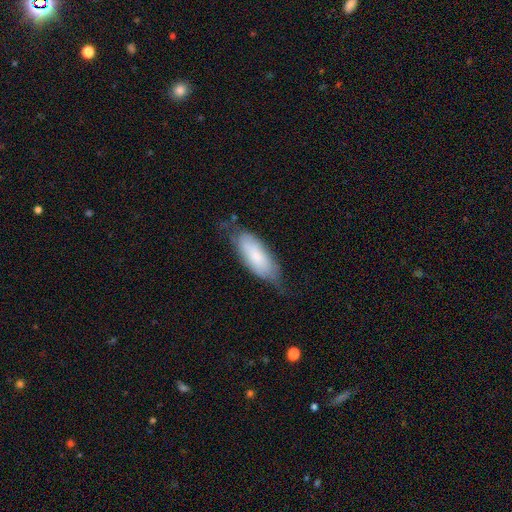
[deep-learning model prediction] This is likely a smooth galaxy (72%). How rounded: likely in between (78%). Merging: possibly none (52%).